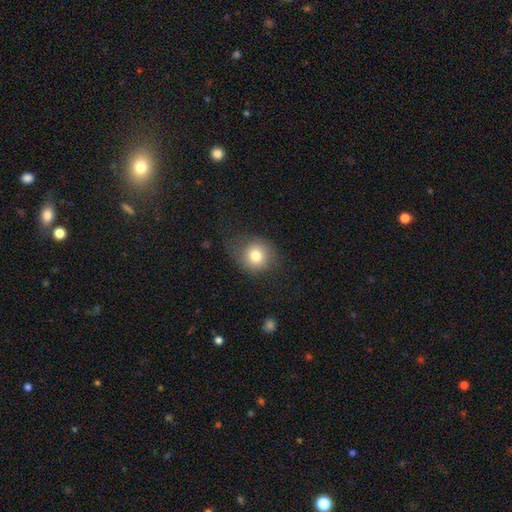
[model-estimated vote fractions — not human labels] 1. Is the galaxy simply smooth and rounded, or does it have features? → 79% smooth, 12% featured or disk, 9% star or artifact.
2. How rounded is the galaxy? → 79% round, 20% in between, 1% cigar-shaped.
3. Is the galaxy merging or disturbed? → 63% none, 23% minor disturbance, 12% major disturbance, 2% merger.